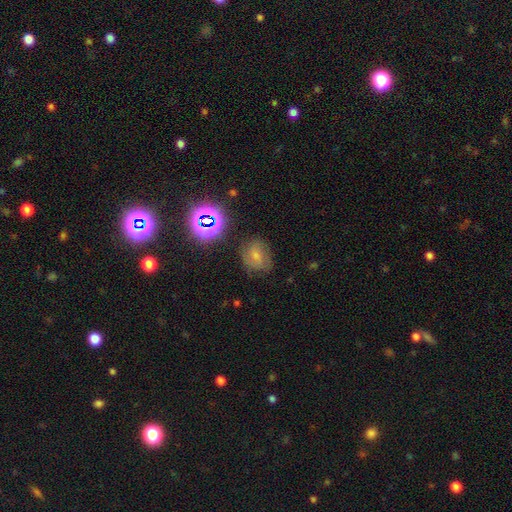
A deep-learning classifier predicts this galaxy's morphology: This appears to be a smooth galaxy with no disk features (54%) that is in between round and cigar-shaped (49%, tied with round). Merging: none (67%).